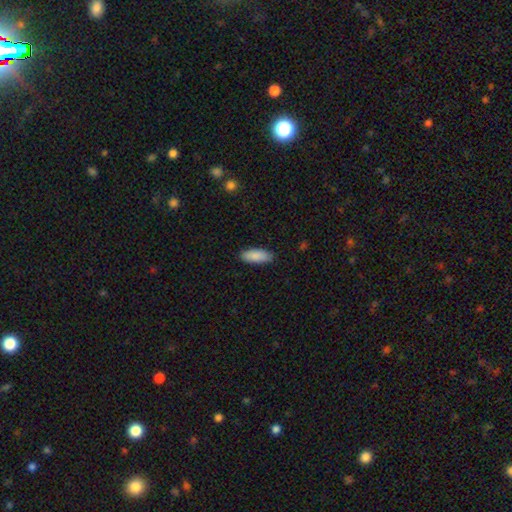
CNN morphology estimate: Overall: smooth (90%). How rounded: in between (78%). Merging: none (87%).